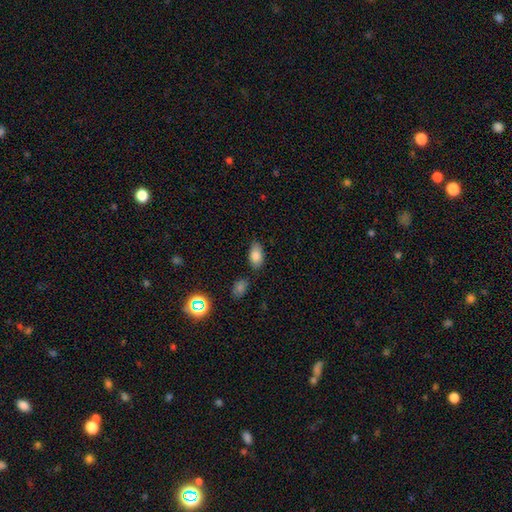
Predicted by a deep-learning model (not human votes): This appears to be a smooth galaxy with no disk features (82%) that is in between round and cigar-shaped (92%). Merging: none (75%).